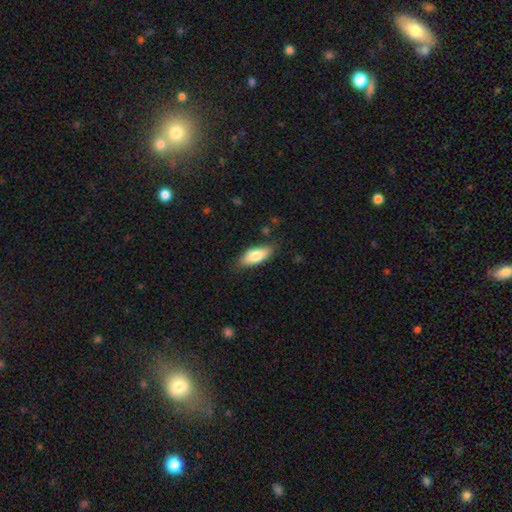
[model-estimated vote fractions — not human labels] Q: Smooth or featured?
A: smooth (76%); runner-up: featured or disk (17%)
Q: How rounded?
A: in between (79%); runner-up: cigar-shaped (19%)
Q: Merging?
A: none (81%); runner-up: minor disturbance (15%)